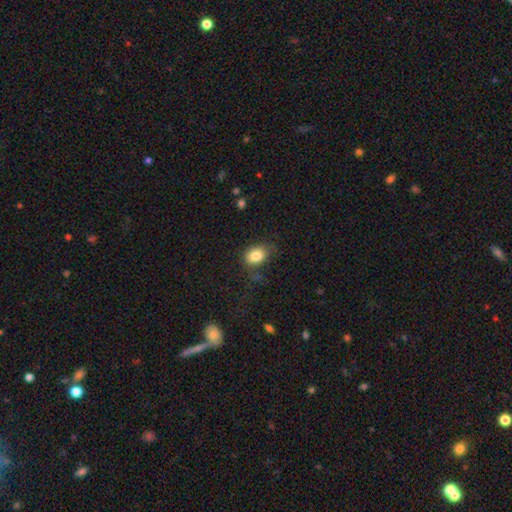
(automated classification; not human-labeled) A smooth galaxy with no disk features (83%) that is in between round and cigar-shaped (71%).

Vote fractions:
- Smooth or featured? smooth: 83% / star or artifact: 9% / featured or disk: 8%
- How rounded? in between: 71% / round: 28% / cigar-shaped: 1%
- Merging? none: 62% / minor disturbance: 26% / major disturbance: 9% / merger: 3%